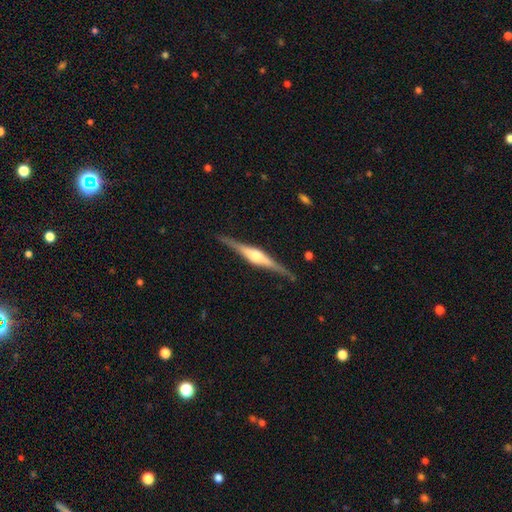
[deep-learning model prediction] Overall: featured or disk (83%). Edge-on disk: yes (98%). Edge-on bulge: rounded (82%). Merging: none (89%).